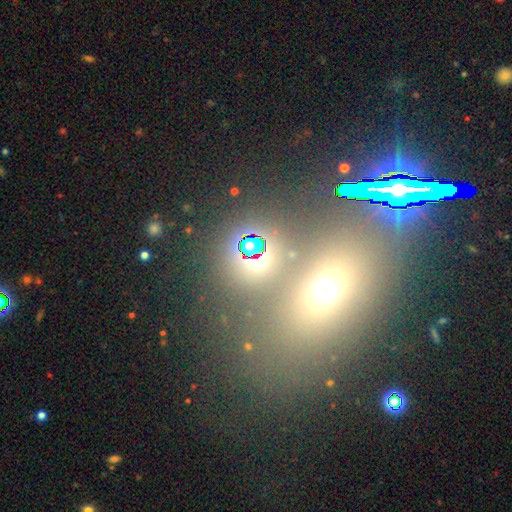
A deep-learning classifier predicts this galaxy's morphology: smooth-or-featured: star or artifact: 58% | smooth: 33% | featured or disk: 10%